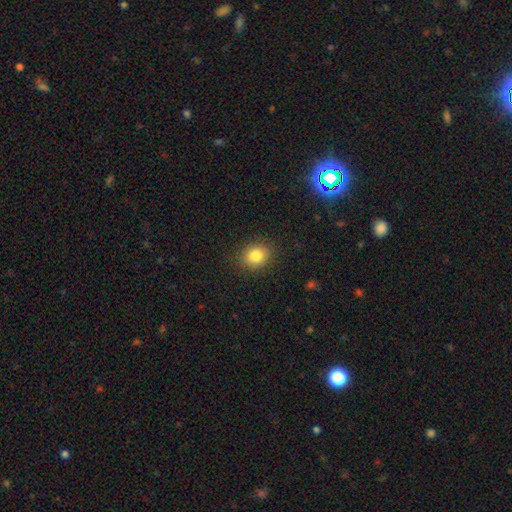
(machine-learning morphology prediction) Smooth or featured? smooth (83%)
How rounded? round (62%)
Merging? none (87%)